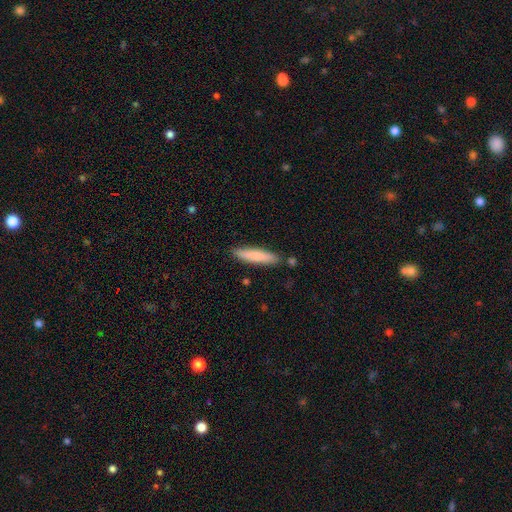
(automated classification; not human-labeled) smooth 79%, featured or disk 15%, star or artifact 6%. Down the decision tree: how rounded — cigar-shaped (88%); merging — none (85%).